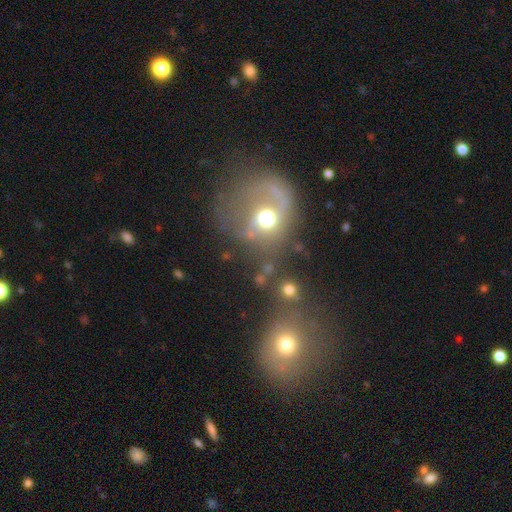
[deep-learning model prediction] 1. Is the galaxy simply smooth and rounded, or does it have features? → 42% featured or disk, 38% smooth, 19% star or artifact.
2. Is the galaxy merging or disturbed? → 37% none, 34% merger, 15% major disturbance, 14% minor disturbance.